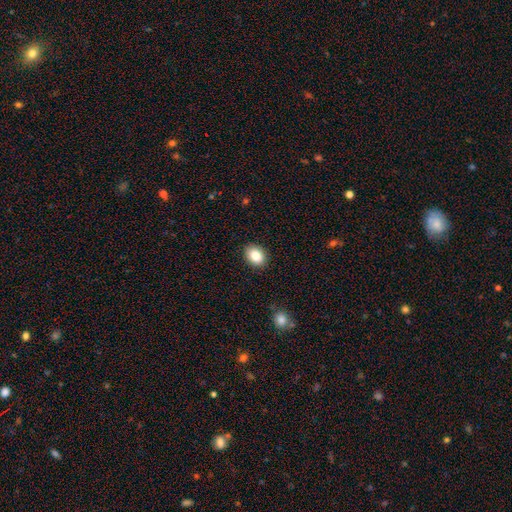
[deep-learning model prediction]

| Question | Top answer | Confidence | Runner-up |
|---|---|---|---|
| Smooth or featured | smooth | 87% | star or artifact (8%) |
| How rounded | in between | 66% | round (33%) |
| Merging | none | 89% | minor disturbance (8%) |